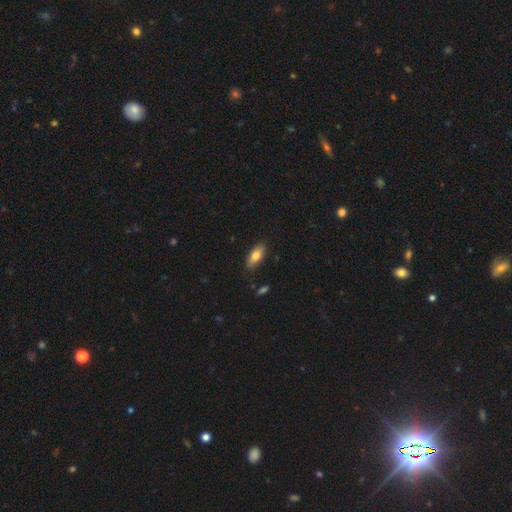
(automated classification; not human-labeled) Overall: smooth (79%). How rounded: in between (80%). Merging: none (85%).